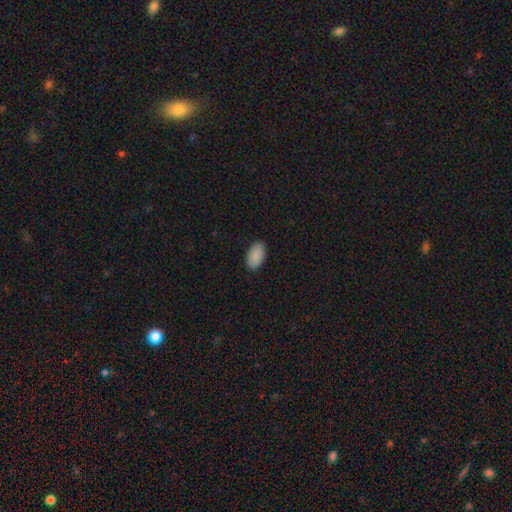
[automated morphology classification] Q: Smooth or featured?
A: smooth (91%); runner-up: star or artifact (6%)
Q: How rounded?
A: in between (95%); runner-up: round (3%)
Q: Merging?
A: none (89%); runner-up: minor disturbance (9%)